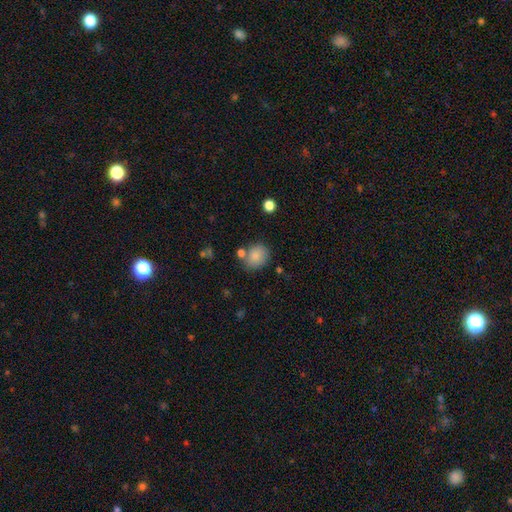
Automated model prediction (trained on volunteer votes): A smooth galaxy with no disk features (84%) that is round (65%). Merging: none (69%).